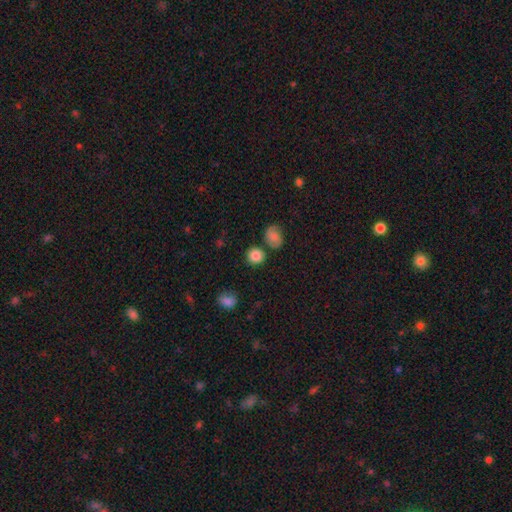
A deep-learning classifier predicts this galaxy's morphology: type=smooth (85%); roundness=round (88%); merging=none (78%).